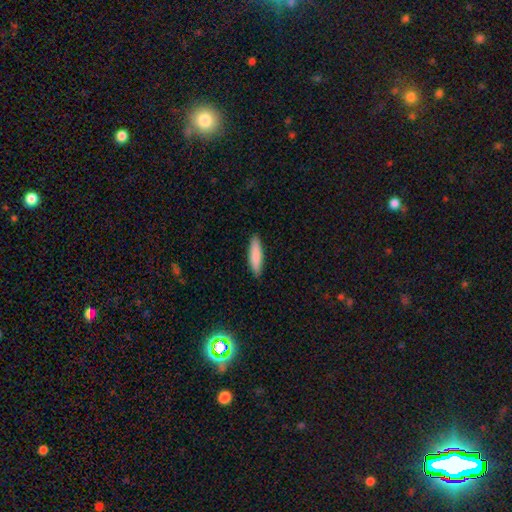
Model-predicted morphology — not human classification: Smooth or featured? Predicted: smooth (p=0.85). How rounded? Predicted: cigar-shaped (p=0.70). Merging? Predicted: none (p=0.88).